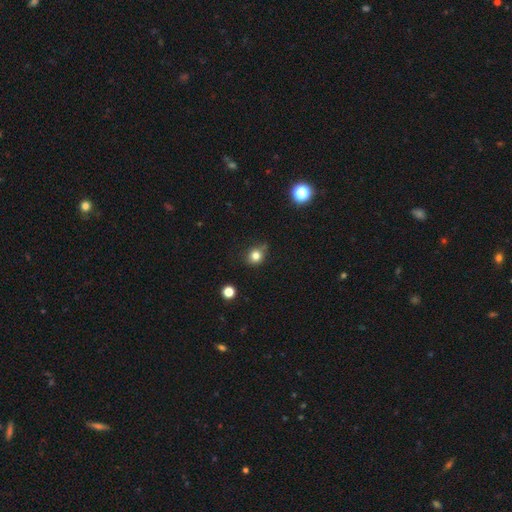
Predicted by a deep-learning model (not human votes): Morphology: type=smooth (80%); roundness=round (82%); merging=none (74%).